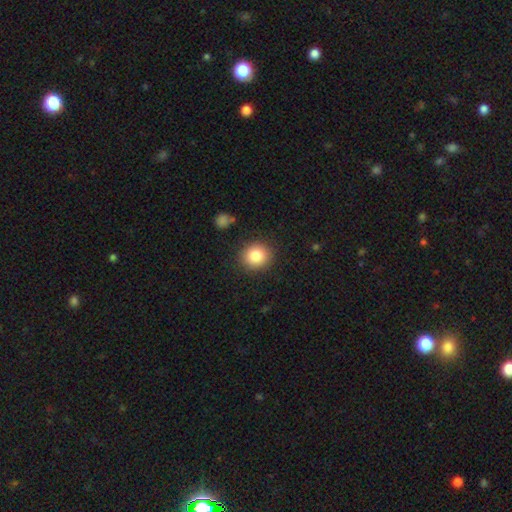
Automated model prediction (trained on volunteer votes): A smooth galaxy with no disk features (84%) that is round (83%). Merging: none (88%).